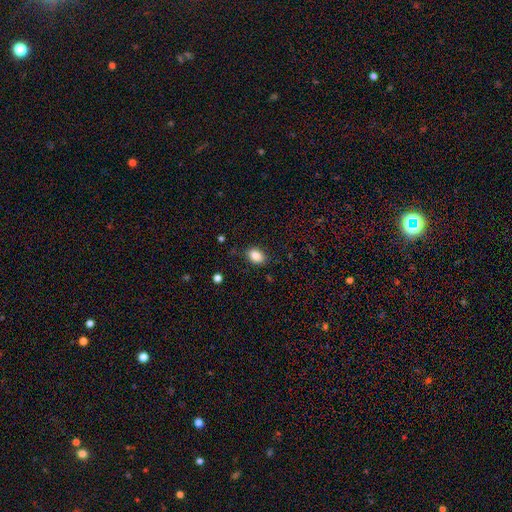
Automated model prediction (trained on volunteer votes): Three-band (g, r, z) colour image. It shows a smooth galaxy with no disk features (86%) that is in between round and cigar-shaped (80%). Merging: none (83%).